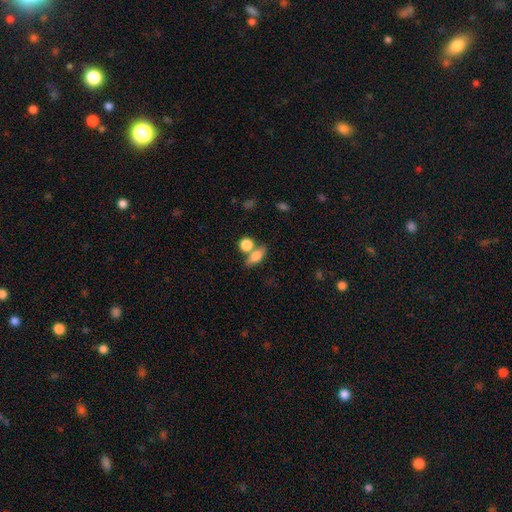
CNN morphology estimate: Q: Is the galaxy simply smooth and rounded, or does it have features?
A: smooth — 75%.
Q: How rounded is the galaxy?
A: in between — 69%.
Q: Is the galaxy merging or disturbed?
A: none — 52%.